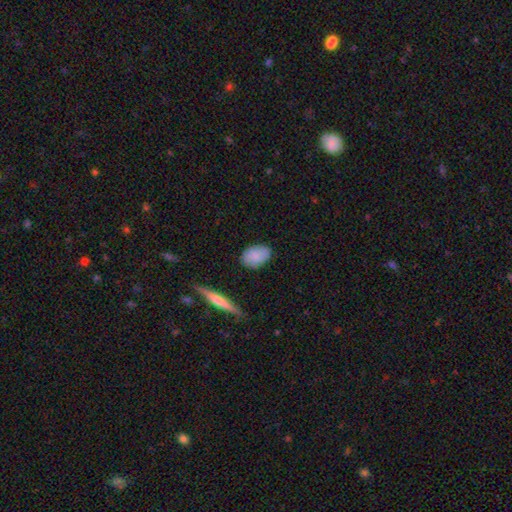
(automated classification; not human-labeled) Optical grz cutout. It shows a smooth galaxy with no disk features (83%) that is in between round and cigar-shaped (86%). Merging: none (82%).